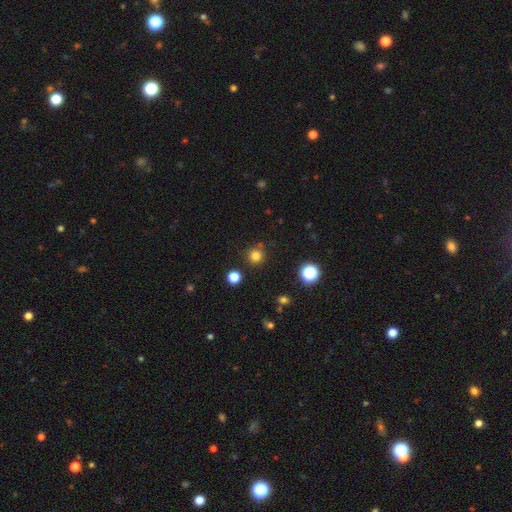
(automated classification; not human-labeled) Overall: smooth (79%). How rounded: round (95%). Merging: none (86%).